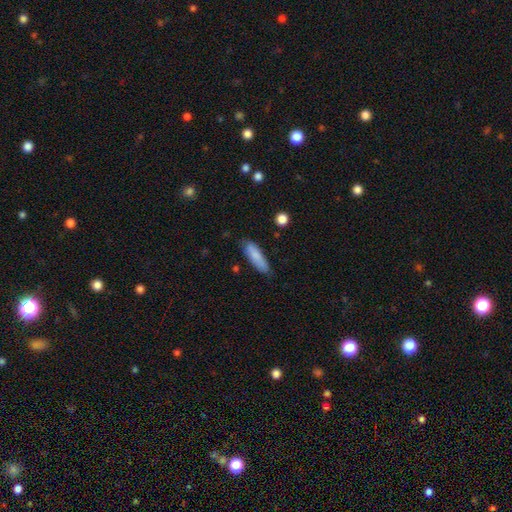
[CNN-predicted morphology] This appears to be a smooth galaxy with no disk features (82%) that is cigar-shaped (56%). Merging: none (77%).